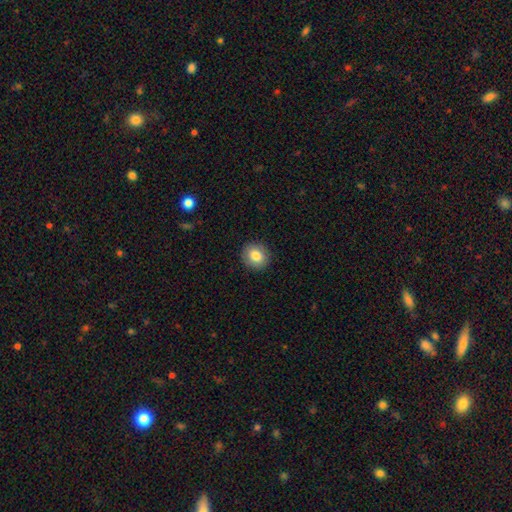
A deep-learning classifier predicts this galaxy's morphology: A smooth galaxy with no disk features (83%) that is round (83%).

Vote fractions:
- Smooth or featured? smooth: 83% / star or artifact: 9% / featured or disk: 8%
- How rounded? round: 83% / in between: 16% / cigar-shaped: 1%
- Merging? none: 91% / minor disturbance: 6% / major disturbance: 2% / merger: 1%